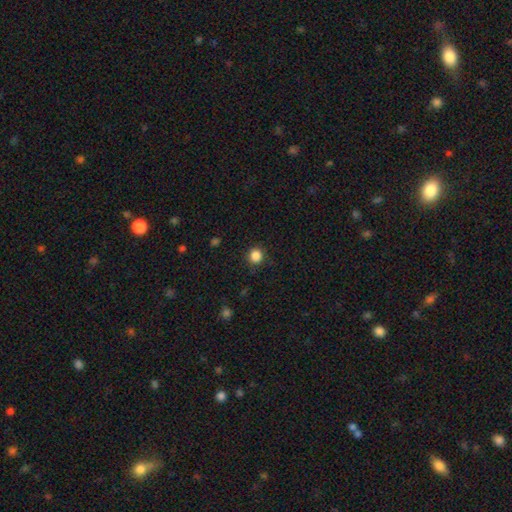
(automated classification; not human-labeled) Smooth or featured? Predicted: smooth (p=0.86). How rounded? Predicted: round (p=0.91). Merging? Predicted: none (p=0.90).